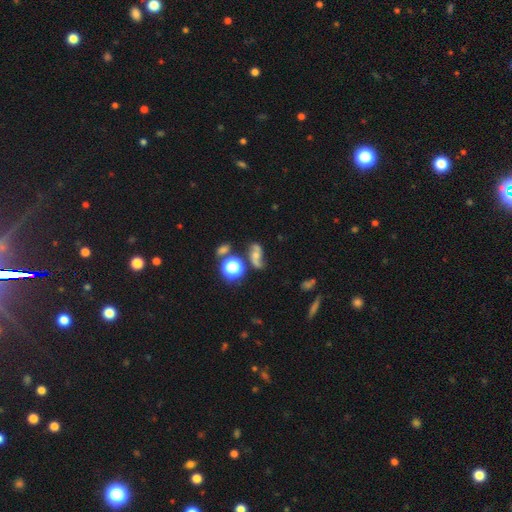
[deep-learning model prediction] smooth-or-featured: featured or disk: 58% | smooth: 25% | star or artifact: 17%
  disk-edge-on: no: 95% | yes: 5%
    bar: no: 65% | weak: 26% | strong: 9%
    has-spiral-arms: yes: 89% | no: 11%
    bulge-size: moderate: 45% | small: 37% | none: 9% | large: 7% | dominant: 2%
  merging: none: 58% | minor disturbance: 21% | major disturbance: 12% | merger: 9%